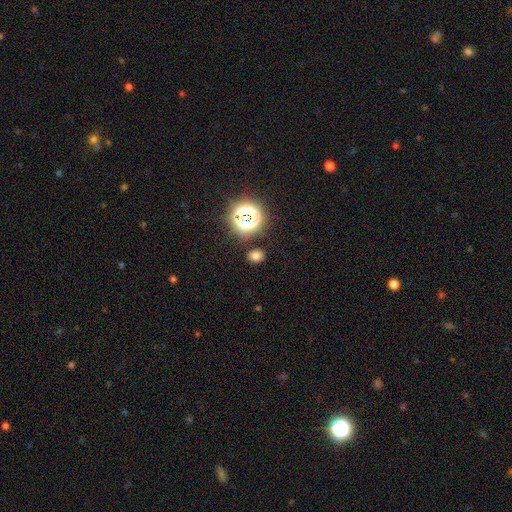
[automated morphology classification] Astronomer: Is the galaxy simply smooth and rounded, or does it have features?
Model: smooth — 67%.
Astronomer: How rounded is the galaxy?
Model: in between — 56% (runner-up: round, 43%).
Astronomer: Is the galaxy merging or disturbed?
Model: none — 85%.